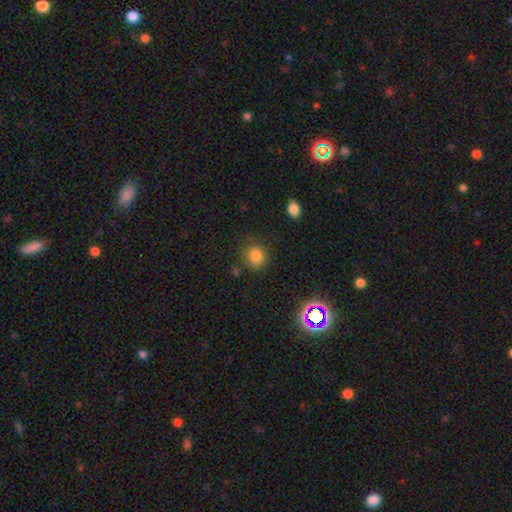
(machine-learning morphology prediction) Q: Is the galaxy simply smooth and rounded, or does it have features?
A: smooth — 82%.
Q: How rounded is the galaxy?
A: round — 85%.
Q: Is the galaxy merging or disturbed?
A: none — 79%.